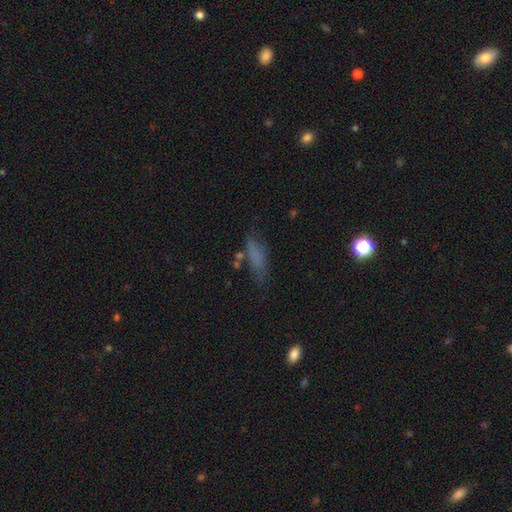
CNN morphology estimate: type=smooth (67%); roundness=cigar-shaped (49%); merging=none (58%).